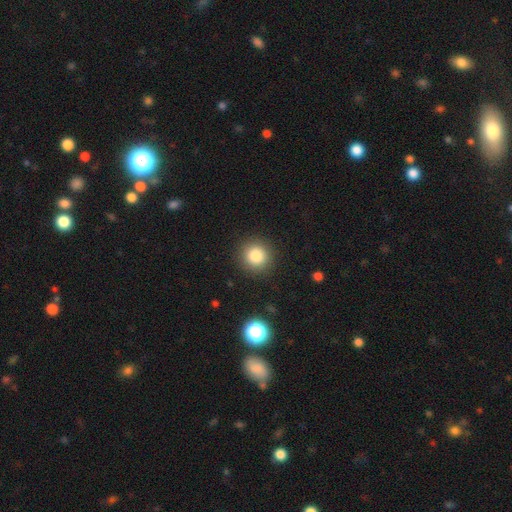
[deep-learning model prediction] This appears to be a smooth galaxy with no disk features (82%) that is round (94%). Merging: none (90%).